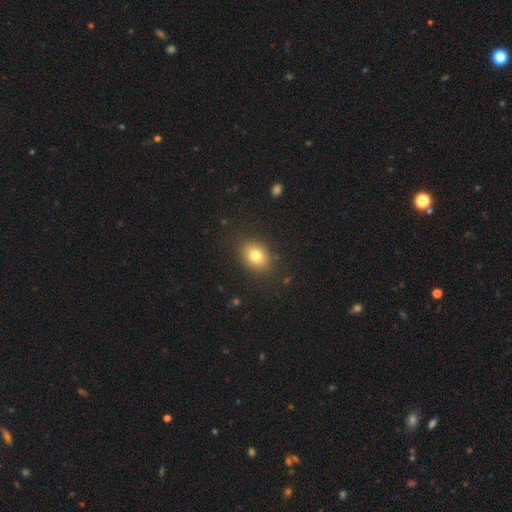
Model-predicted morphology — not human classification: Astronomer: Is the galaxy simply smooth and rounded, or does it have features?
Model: smooth — 79%.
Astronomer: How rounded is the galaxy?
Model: in between — 61% (runner-up: round, 38%).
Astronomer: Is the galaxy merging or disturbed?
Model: none — 85%.